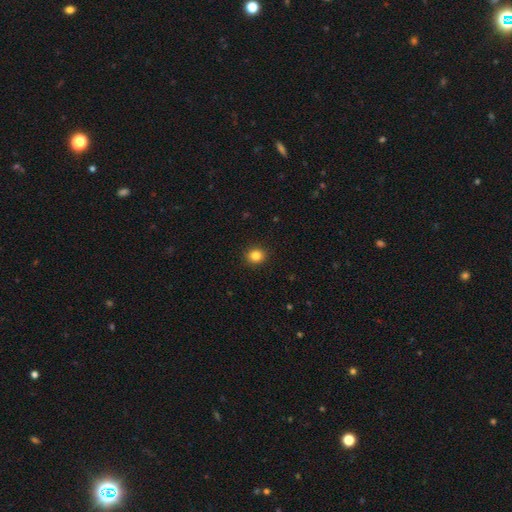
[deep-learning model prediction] A smooth galaxy with no disk features (84%) that is round (82%).

Vote fractions:
- Smooth or featured? smooth: 84% / star or artifact: 11% / featured or disk: 5%
- How rounded? round: 82% / in between: 17% / cigar-shaped: 1%
- Merging? none: 92% / minor disturbance: 5% / major disturbance: 2% / merger: 1%